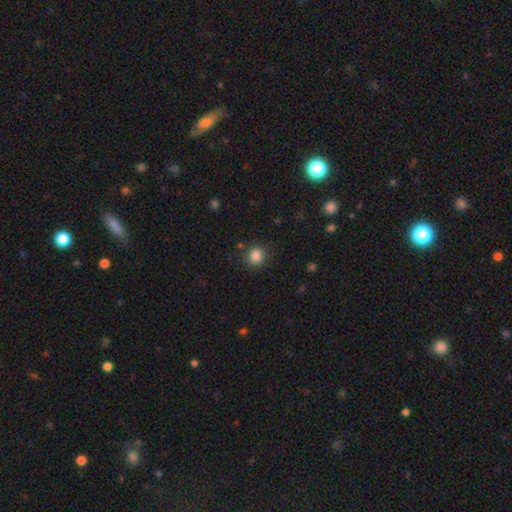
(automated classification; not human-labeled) A smooth galaxy with no disk features (85%) that is round (89%).

Vote fractions:
- Smooth or featured? smooth: 85% / star or artifact: 11% / featured or disk: 4%
- How rounded? round: 89% / in between: 10% / cigar-shaped: 1%
- Merging? none: 86% / minor disturbance: 9% / major disturbance: 3% / merger: 2%